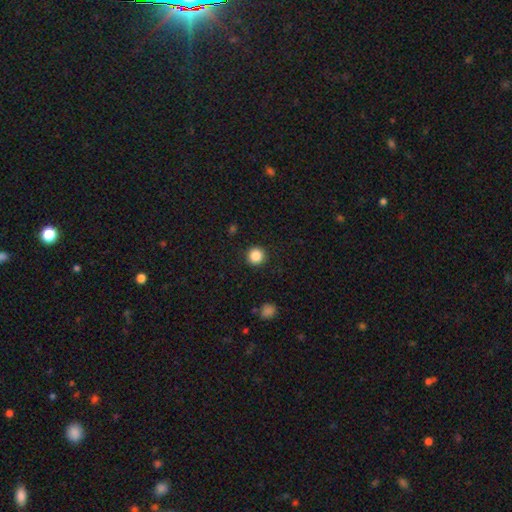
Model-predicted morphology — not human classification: A smooth galaxy with no disk features (86%) that is round (95%).

Vote fractions:
- Smooth or featured? smooth: 86% / star or artifact: 10% / featured or disk: 3%
- How rounded? round: 95% / in between: 4% / cigar-shaped: 1%
- Merging? none: 92% / minor disturbance: 5% / major disturbance: 2% / merger: 1%